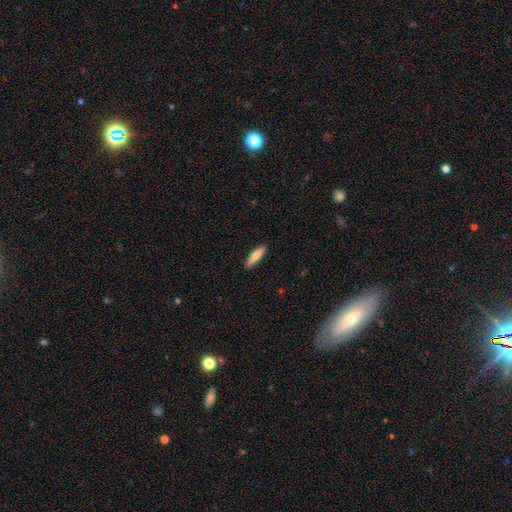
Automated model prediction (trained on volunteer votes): Smooth or featured?
  - smooth: 73% *
  - featured or disk: 21%
  - star or artifact: 6%
How rounded?
  - cigar-shaped: 71% *
  - in between: 27%
  - round: 2%
Merging?
  - none: 89% *
  - minor disturbance: 9%
  - major disturbance: 2%
  - merger: 1%